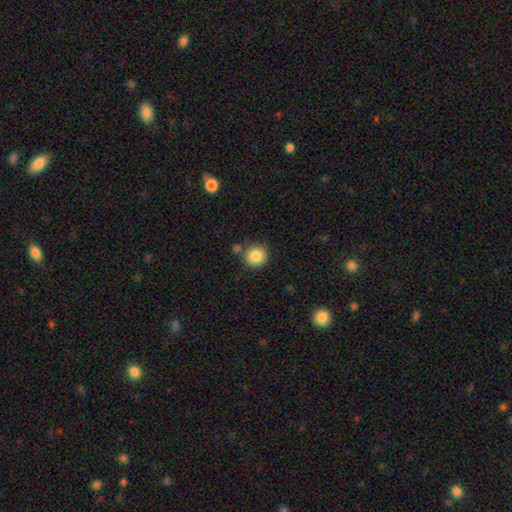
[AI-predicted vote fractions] smooth-or-featured: smooth: 86% | star or artifact: 9% | featured or disk: 5%
  how-rounded: round: 92% | in between: 7% | cigar-shaped: 1%
  merging: none: 78% | minor disturbance: 11% | merger: 8% | major disturbance: 3%